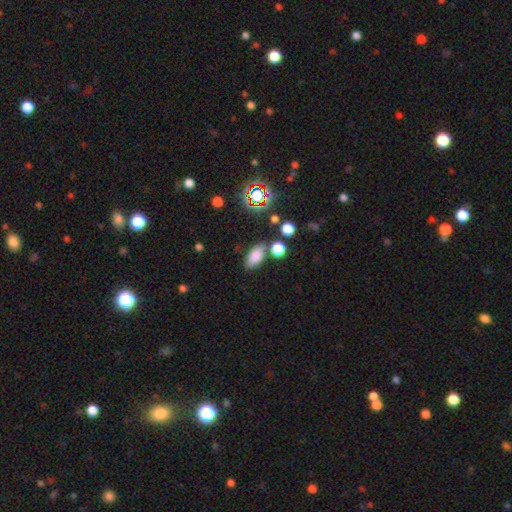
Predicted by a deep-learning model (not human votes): Q: Smooth or featured?
A: smooth (78%); runner-up: star or artifact (13%)
Q: How rounded?
A: in between (88%); runner-up: round (6%)
Q: Merging?
A: none (71%); runner-up: minor disturbance (13%)